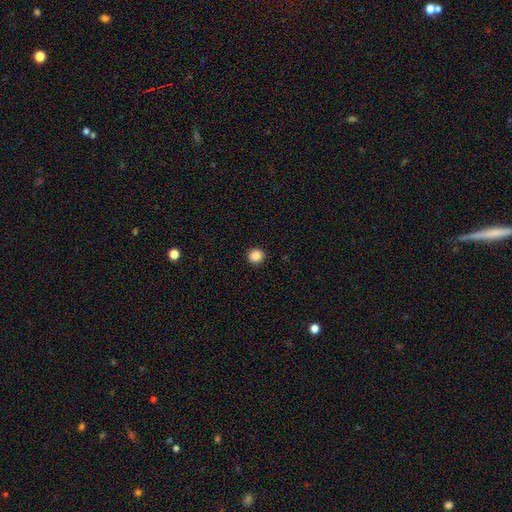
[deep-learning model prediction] The model was most divided on "smooth or featured": smooth: 87%, star or artifact: 10%, featured or disk: 3%. More confident: merging — none (92%); how rounded — round (91%).